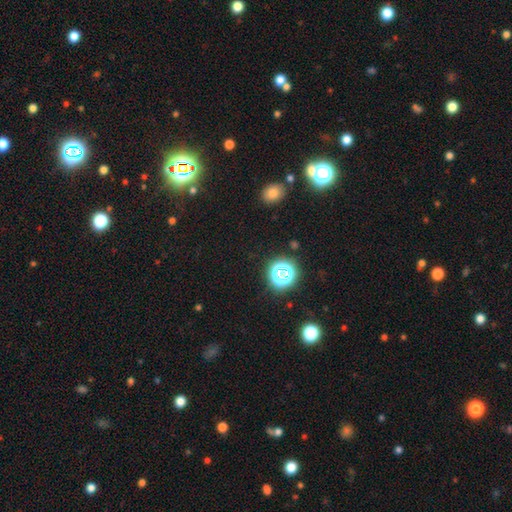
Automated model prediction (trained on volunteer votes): Smooth or featured?
  - star or artifact: 72% *
  - smooth: 21%
  - featured or disk: 7%